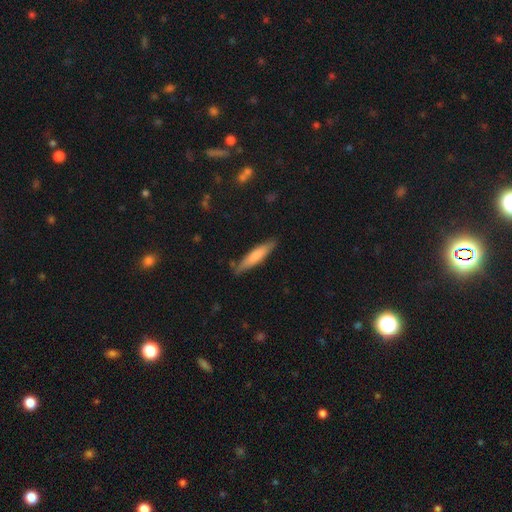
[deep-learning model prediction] Smooth or featured: smooth — 71% (featured or disk — 23%)
How rounded: cigar-shaped — 86% (in between — 12%)
Merging: none — 82% (minor disturbance — 13%)